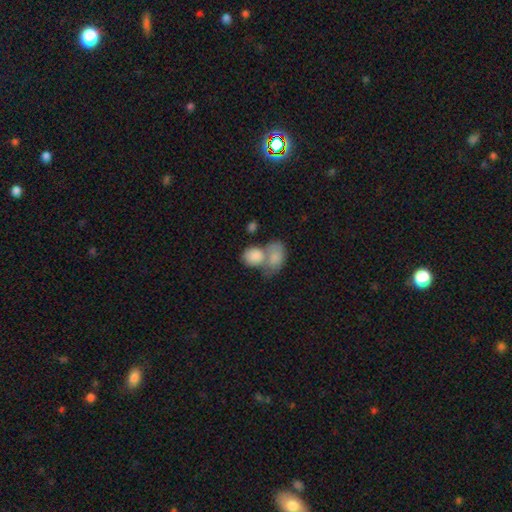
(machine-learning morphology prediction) Smooth or featured? smooth (81%)
How rounded? in between (62%)
Merging? merger (64%)